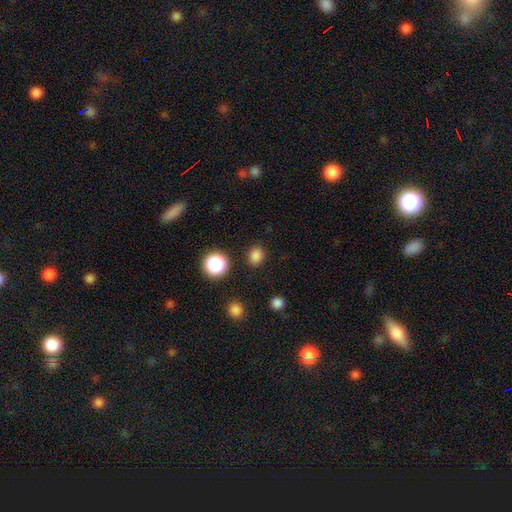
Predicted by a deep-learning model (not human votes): smooth_or_featured: smooth (p=0.81) [alt: star or artifact p=0.15]
how_rounded: round (p=0.80) [alt: in between p=0.19]
merging: none (p=0.87) [alt: minor disturbance p=0.07]